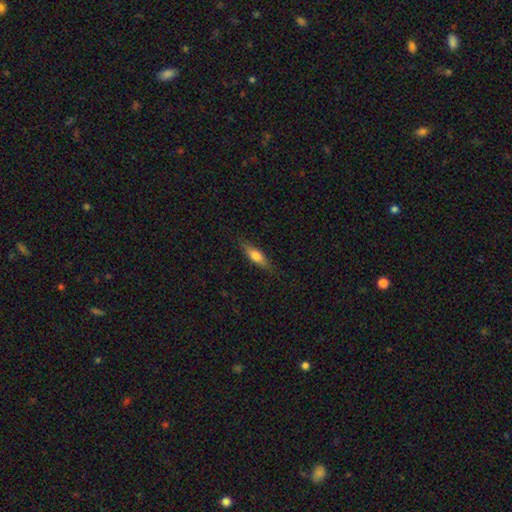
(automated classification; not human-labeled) Overall: smooth (65%; featured or disk 29%). How rounded: cigar-shaped (55%; in between 42%). Merging: none (83%).